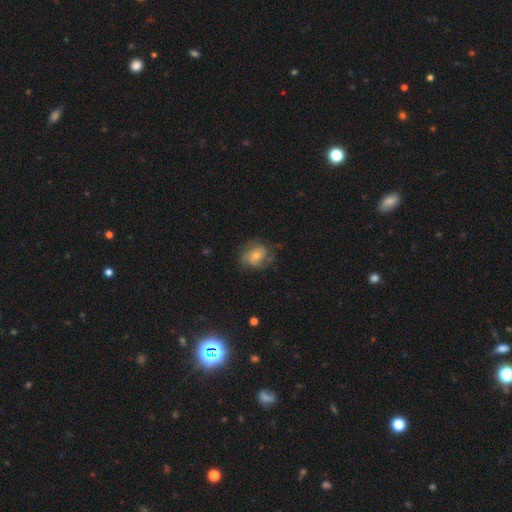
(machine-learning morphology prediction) smooth-or-featured: featured or disk: 48% | smooth: 44% | star or artifact: 8%
  merging: none: 58% | minor disturbance: 25% | major disturbance: 15% | merger: 1%